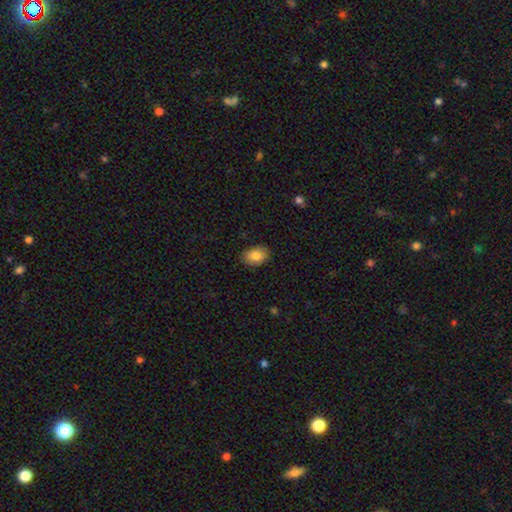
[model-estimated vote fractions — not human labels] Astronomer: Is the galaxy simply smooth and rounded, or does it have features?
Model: smooth — 83%.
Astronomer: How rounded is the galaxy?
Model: in between — 81%.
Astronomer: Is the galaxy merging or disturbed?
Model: none — 85%.